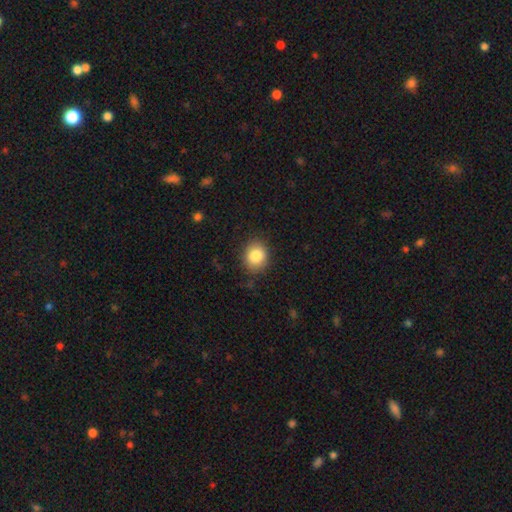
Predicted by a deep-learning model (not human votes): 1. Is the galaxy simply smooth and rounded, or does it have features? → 84% smooth, 9% star or artifact, 7% featured or disk.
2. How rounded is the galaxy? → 66% round, 33% in between, 1% cigar-shaped.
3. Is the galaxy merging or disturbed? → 86% none, 10% minor disturbance, 3% major disturbance, 1% merger.